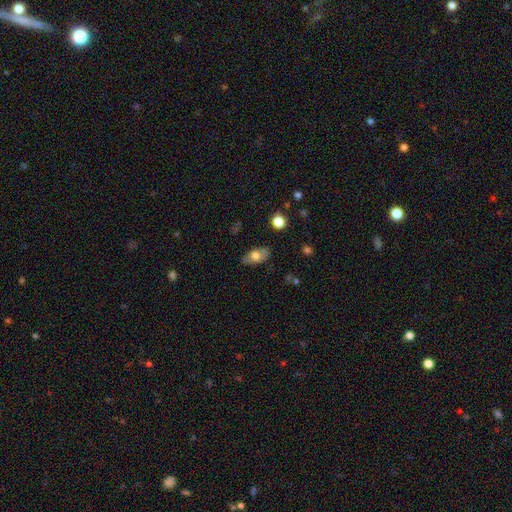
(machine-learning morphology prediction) This is likely a smooth galaxy (64%). How rounded: clearly in between (90%). Merging: likely none (79%).